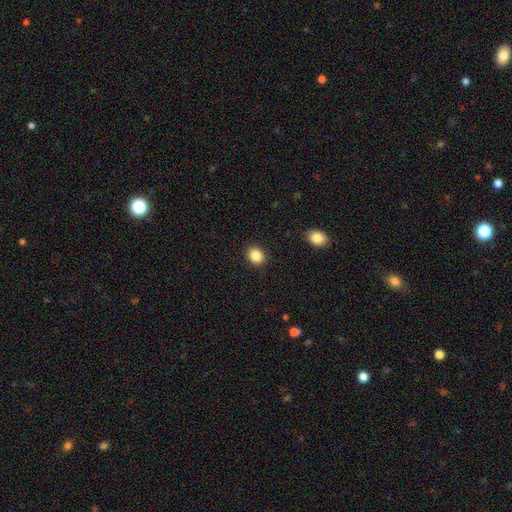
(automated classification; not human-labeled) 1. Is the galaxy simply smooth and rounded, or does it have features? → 86% smooth, 10% star or artifact, 5% featured or disk.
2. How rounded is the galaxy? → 56% round, 43% in between, 1% cigar-shaped.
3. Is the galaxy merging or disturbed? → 90% none, 7% minor disturbance, 2% major disturbance, 1% merger.